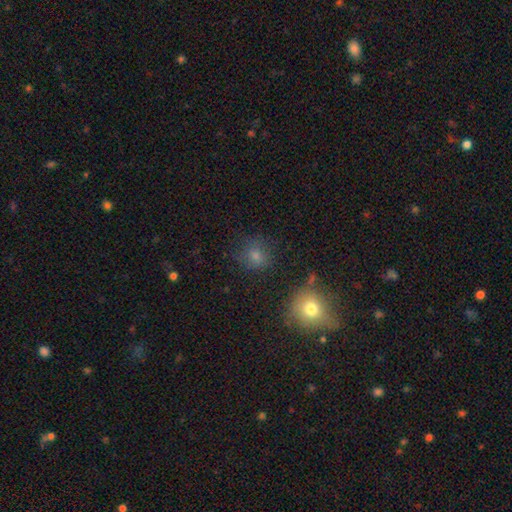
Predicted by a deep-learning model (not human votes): smooth_or_featured: smooth (p=0.67) [alt: star or artifact p=0.23]
how_rounded: round (p=0.86) [alt: in between p=0.13]
merging: none (p=0.79) [alt: minor disturbance p=0.12]